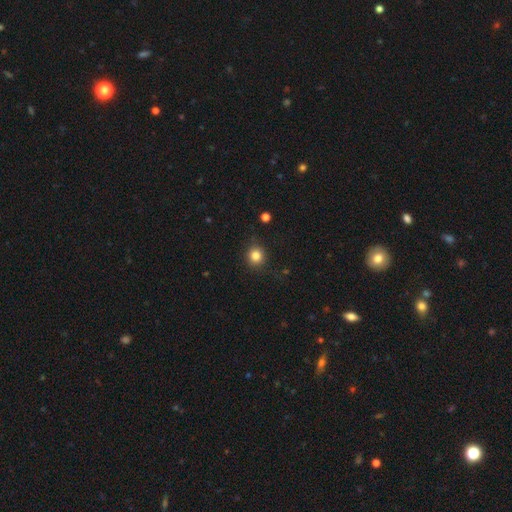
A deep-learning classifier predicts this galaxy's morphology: This appears to be a smooth galaxy with no disk features (83%) that is round (89%). Merging: none (87%).